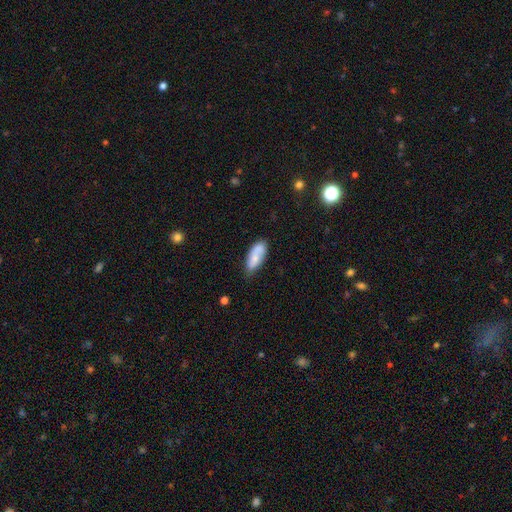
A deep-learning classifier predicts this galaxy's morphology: This appears to be a smooth galaxy with no disk features (70%) that is in between round and cigar-shaped (81%). Merging: none (64%).